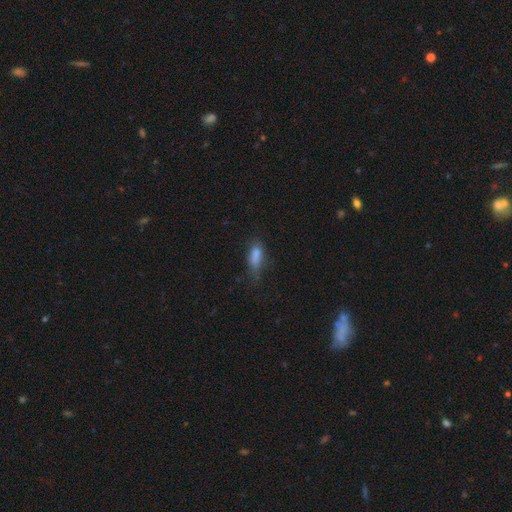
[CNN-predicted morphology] Overall: smooth (78%). How rounded: in between (66%; cigar-shaped 31%). Merging: none (45%; minor disturbance 34%).